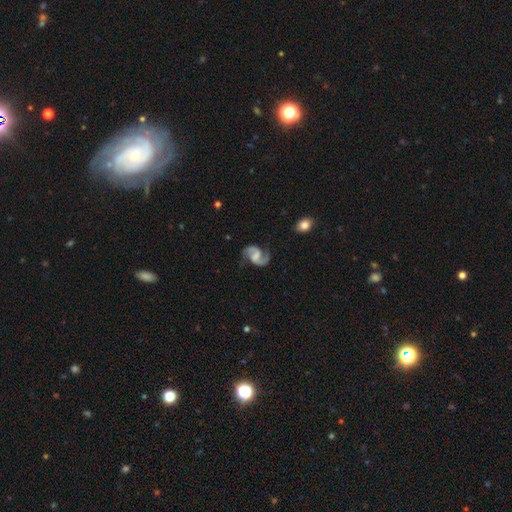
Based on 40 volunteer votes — Q: Smooth or featured?
A: featured or disk (88%); runner-up: smooth (8%)
Q: Edge-on disk?
A: no (100%)
Q: Bar?
A: weak (57%); runner-up: strong (34%)
Q: Spiral arms?
A: yes (94%); runner-up: no (6%)
Q: Spiral winding?
A: loose (45%); runner-up: medium (42%)
Q: Spiral arm count?
A: 2 (97%); runner-up: 1 (3%)
Q: Bulge size?
A: none (66%); runner-up: moderate (14%)
Q: Merging?
A: none (53%); runner-up: minor disturbance (26%)